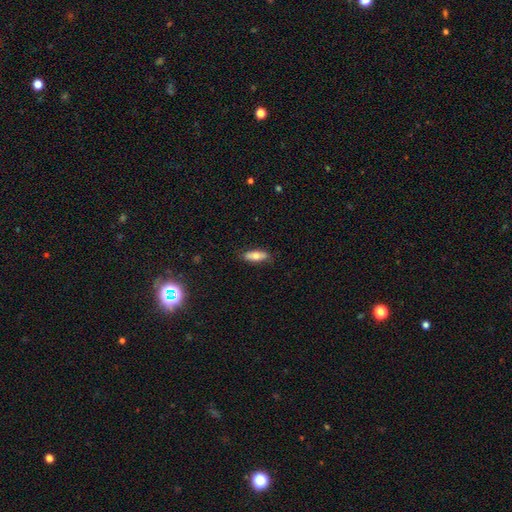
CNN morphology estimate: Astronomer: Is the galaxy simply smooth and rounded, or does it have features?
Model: smooth — 71%.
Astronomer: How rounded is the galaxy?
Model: in between — 63%.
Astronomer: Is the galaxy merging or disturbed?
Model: none — 83%.